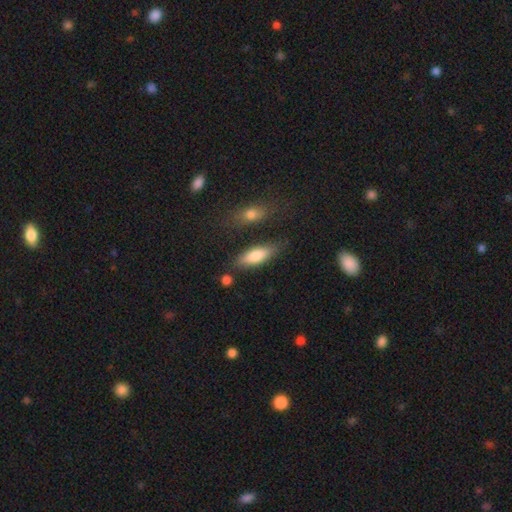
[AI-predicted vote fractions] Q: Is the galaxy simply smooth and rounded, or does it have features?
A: smooth — 77%.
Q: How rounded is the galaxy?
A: in between — 66%.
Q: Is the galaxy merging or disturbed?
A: none — 73%.